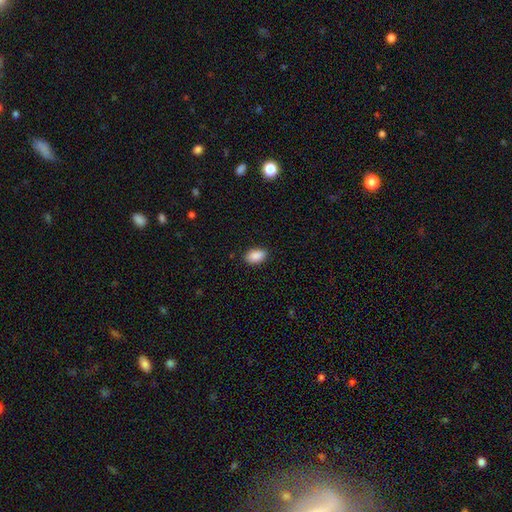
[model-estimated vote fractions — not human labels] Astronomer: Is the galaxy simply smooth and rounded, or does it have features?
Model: smooth — 90%.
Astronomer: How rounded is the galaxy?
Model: in between — 92%.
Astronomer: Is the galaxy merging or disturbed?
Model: none — 88%.